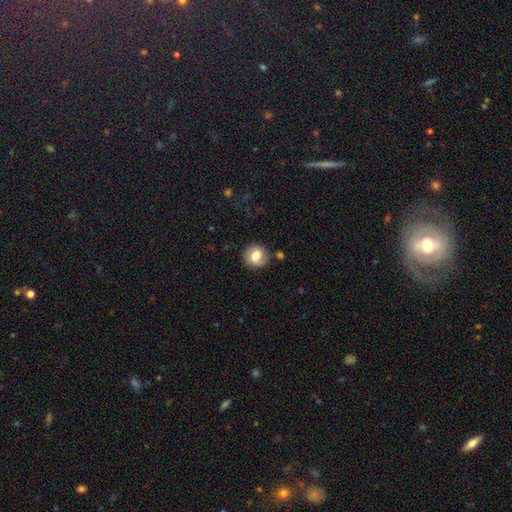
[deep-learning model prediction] Smooth or featured: smooth — 76% (featured or disk — 16%)
How rounded: round — 85% (in between — 14%)
Merging: none — 81% (minor disturbance — 12%)